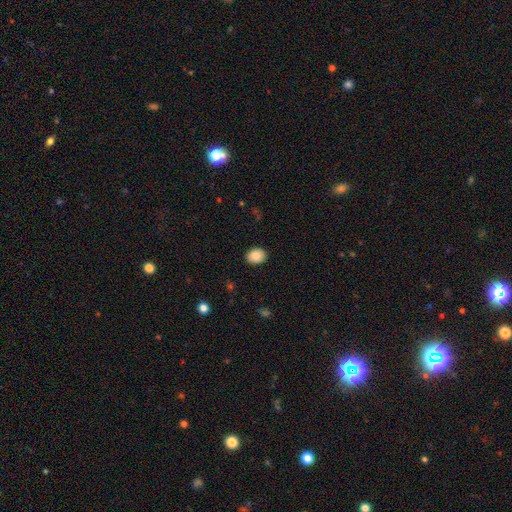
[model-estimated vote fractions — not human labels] Smooth or featured: smooth — 81% (featured or disk — 11%)
How rounded: in between — 58% (round — 41%)
Merging: none — 90% (minor disturbance — 8%)